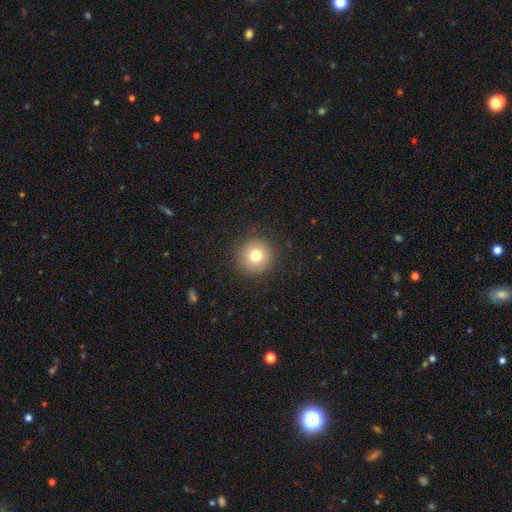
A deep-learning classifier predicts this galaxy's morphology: This appears to be a smooth galaxy with no disk features (77%) that is round (95%). Merging: none (90%).